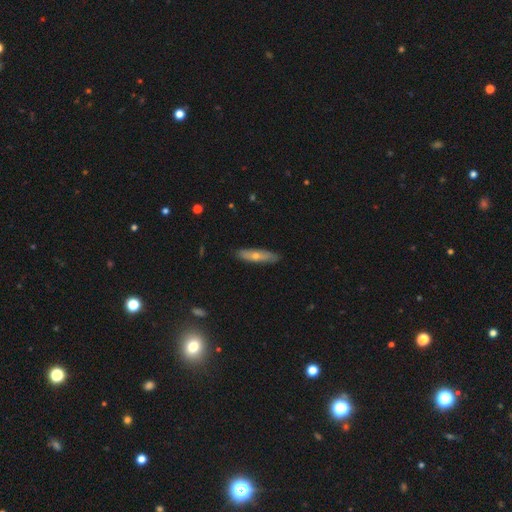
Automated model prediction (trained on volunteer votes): A smooth galaxy with no disk features (47%).

Vote fractions:
- Smooth or featured? smooth: 47% / featured or disk: 46% / star or artifact: 8%
- Merging? none: 87% / minor disturbance: 10% / major disturbance: 2% / merger: 1%